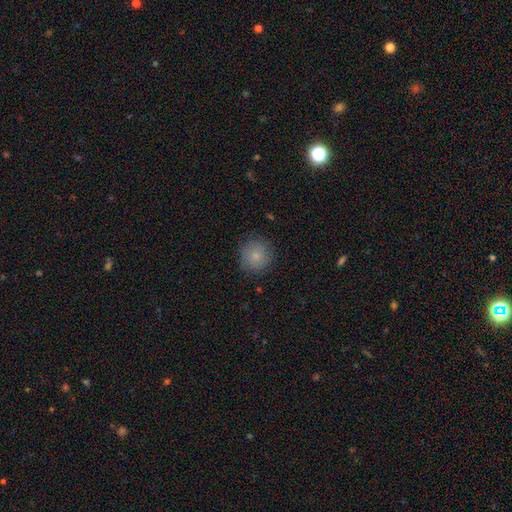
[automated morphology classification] Smooth or featured? smooth (83%)
How rounded? round (92%)
Merging? none (85%)